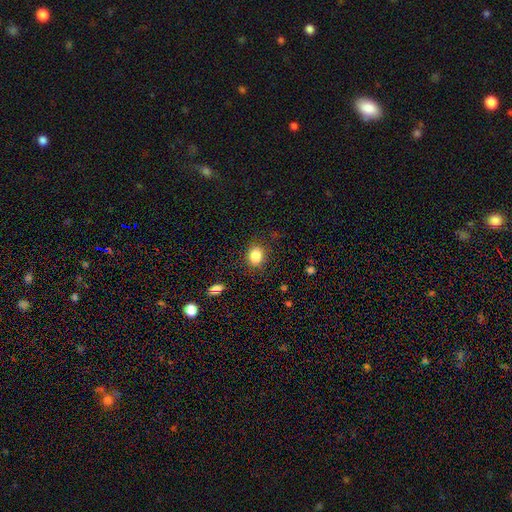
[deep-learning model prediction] smooth 84%, star or artifact 10%, featured or disk 6%. Down the decision tree: how rounded — round (56%); merging — none (83%).